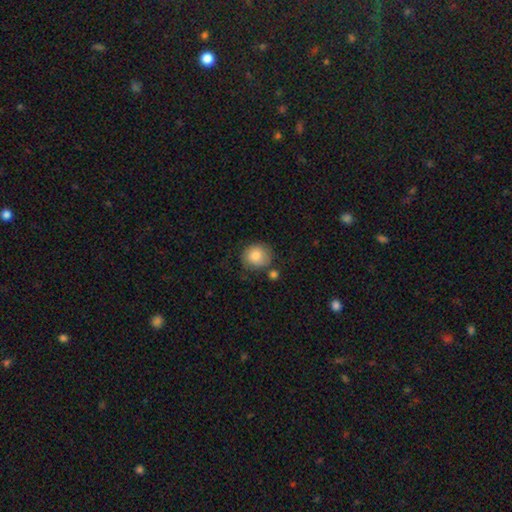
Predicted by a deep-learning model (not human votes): smooth 82%, featured or disk 10%, star or artifact 8%. Down the decision tree: how rounded — round (84%); merging — none (69%).